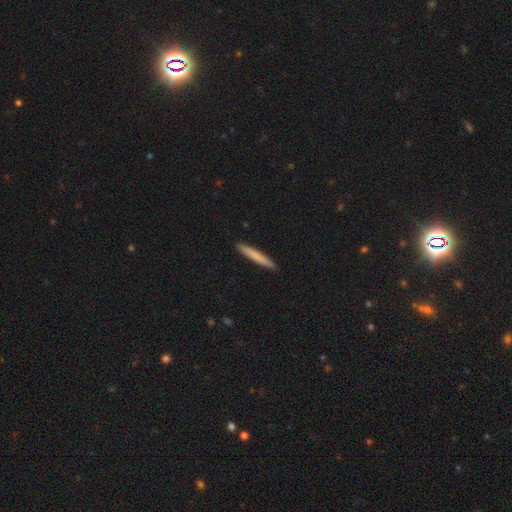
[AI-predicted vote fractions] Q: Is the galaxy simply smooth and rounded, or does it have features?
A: smooth — 74%.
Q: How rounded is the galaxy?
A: cigar-shaped — 96%.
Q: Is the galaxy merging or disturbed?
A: none — 92%.